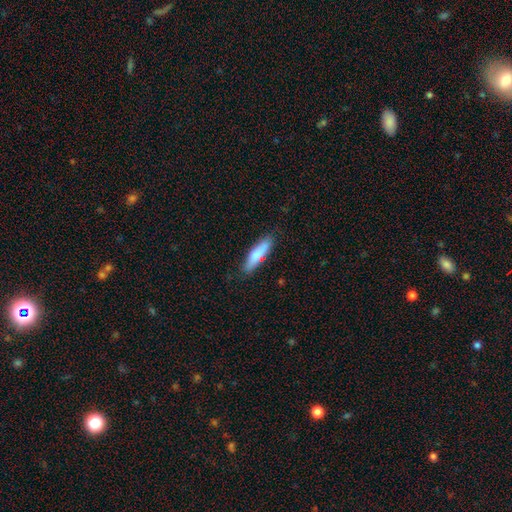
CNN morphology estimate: Smooth or featured?
  - smooth: 78% *
  - featured or disk: 16%
  - star or artifact: 6%
How rounded?
  - cigar-shaped: 72% *
  - in between: 26%
  - round: 2%
Merging?
  - none: 80% *
  - minor disturbance: 15%
  - major disturbance: 3%
  - merger: 2%